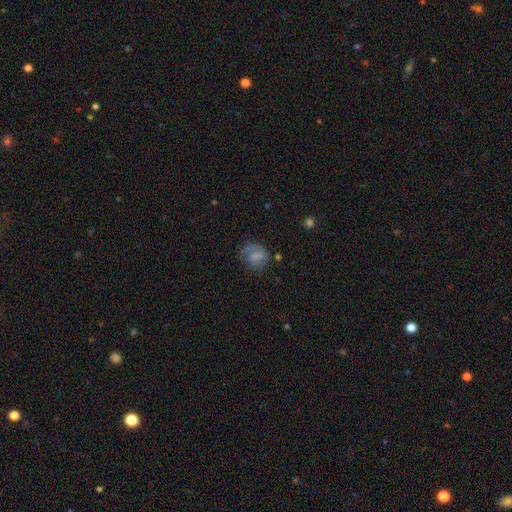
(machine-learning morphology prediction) Q: Smooth or featured?
A: smooth (65%); runner-up: featured or disk (25%)
Q: How rounded?
A: round (55%); runner-up: in between (44%)
Q: Merging?
A: none (51%); runner-up: minor disturbance (28%)